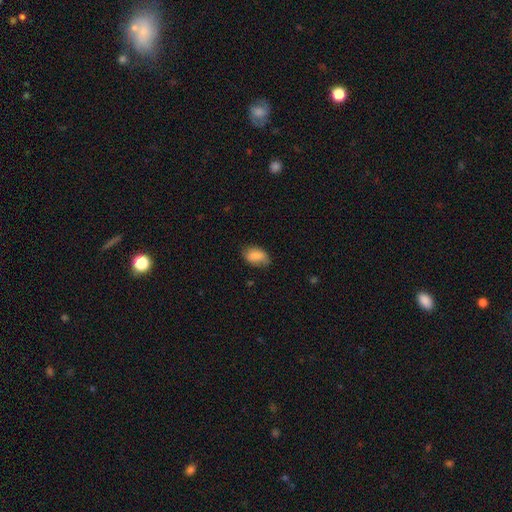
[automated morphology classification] smooth_or_featured: smooth (p=0.85) [alt: featured or disk p=0.08]
how_rounded: in between (p=0.89) [alt: round p=0.09]
merging: none (p=0.71) [alt: minor disturbance p=0.23]